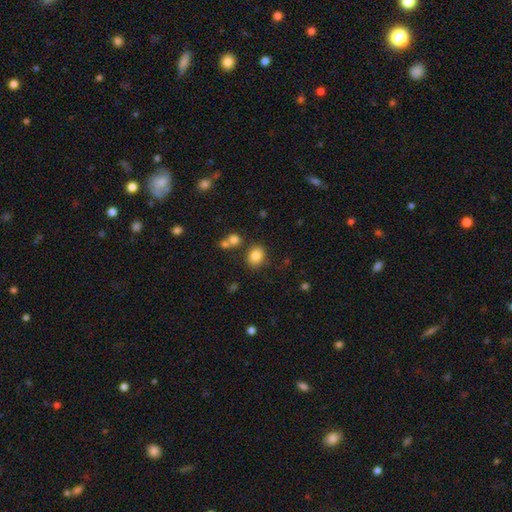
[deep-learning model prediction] smooth-or-featured: smooth: 83% | star or artifact: 10% | featured or disk: 7%
  how-rounded: round: 50% | in between: 49% | cigar-shaped: 1%
  merging: none: 76% | minor disturbance: 12% | merger: 9% | major disturbance: 4%